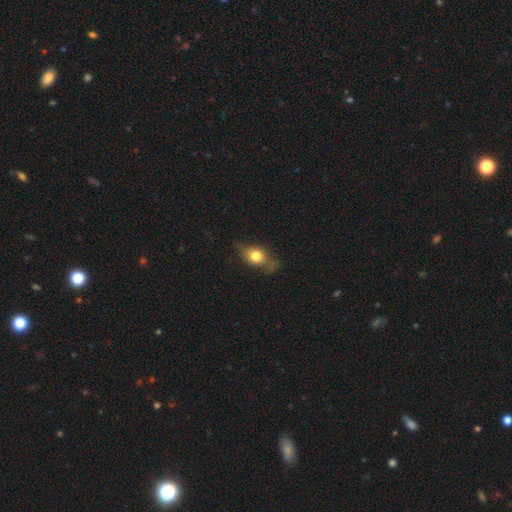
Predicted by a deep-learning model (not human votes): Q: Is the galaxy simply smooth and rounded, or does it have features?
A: smooth — 67%.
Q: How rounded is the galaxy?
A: in between — 62%.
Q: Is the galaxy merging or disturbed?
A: none — 54%.